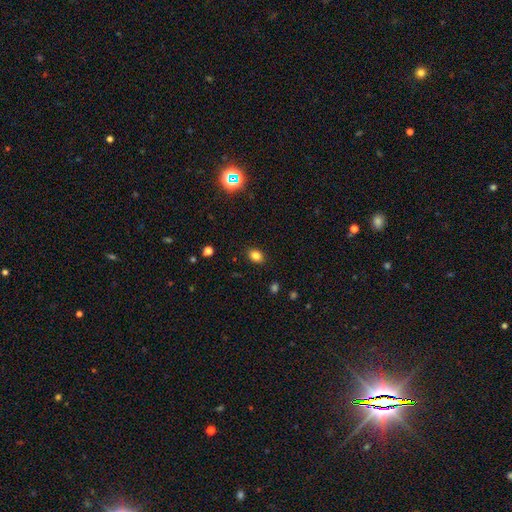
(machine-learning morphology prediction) smooth-or-featured: smooth: 82% | star or artifact: 12% | featured or disk: 5%
  how-rounded: in between: 68% | round: 31% | cigar-shaped: 1%
  merging: none: 87% | minor disturbance: 9% | major disturbance: 2% | merger: 1%